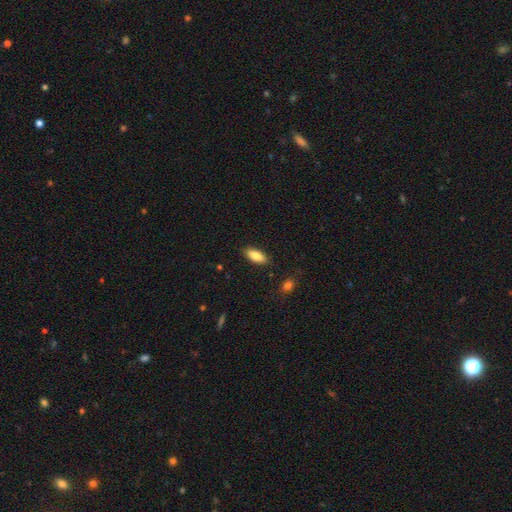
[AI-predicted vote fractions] Q: Smooth or featured?
A: smooth (84%); runner-up: featured or disk (9%)
Q: How rounded?
A: in between (80%); runner-up: cigar-shaped (18%)
Q: Merging?
A: none (88%); runner-up: minor disturbance (9%)